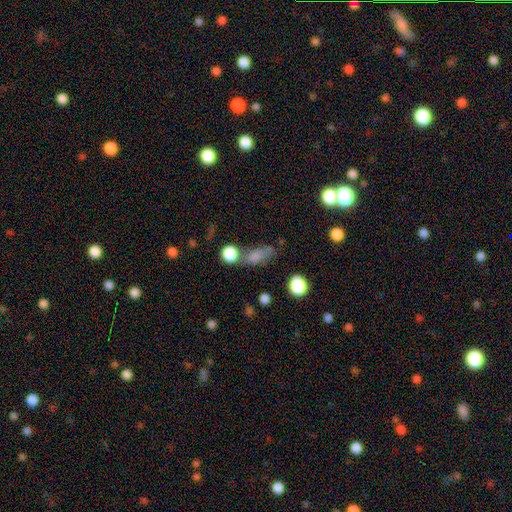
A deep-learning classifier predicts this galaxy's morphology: This appears to be a smooth galaxy with no disk features (73%) that is in between round and cigar-shaped (58%). Merging: none (43%).